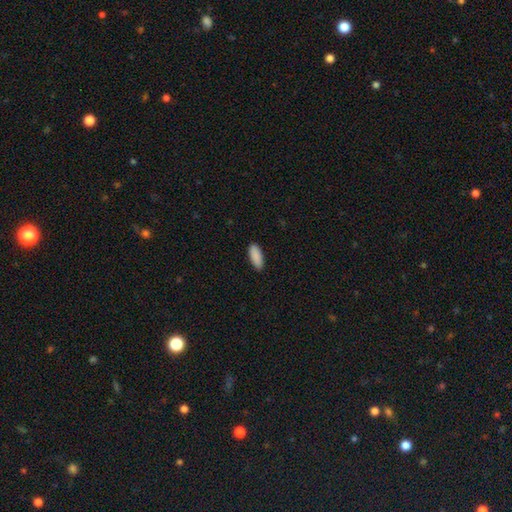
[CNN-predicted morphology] smooth 90%, star or artifact 6%, featured or disk 3%. Down the decision tree: how rounded — in between (78%); merging — none (88%).